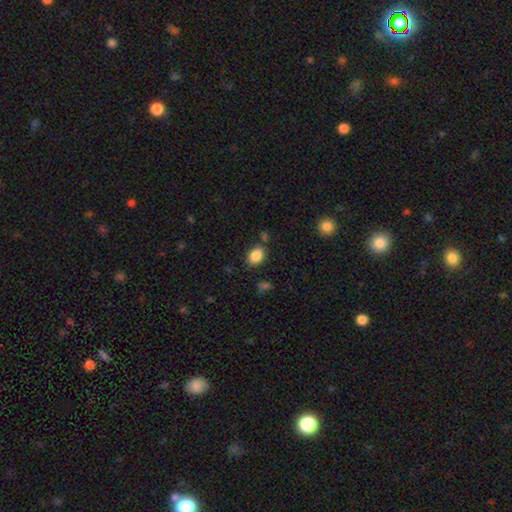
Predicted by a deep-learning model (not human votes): The model was most divided on "how rounded": in between: 74%, round: 25%, cigar-shaped: 1%. More confident: smooth or featured — smooth (86%); merging — none (79%).